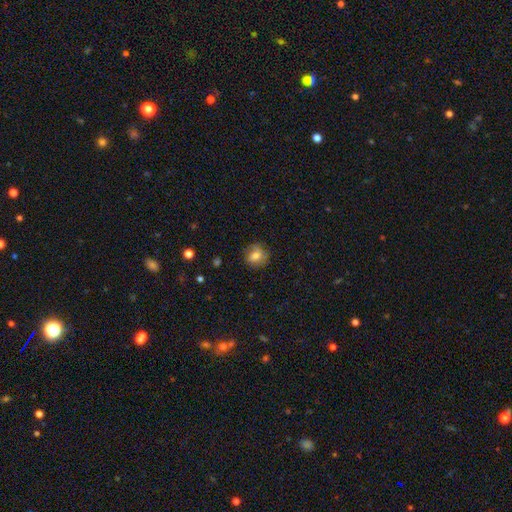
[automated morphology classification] A smooth galaxy with no disk features (71%) that is round (81%).

Vote fractions:
- Smooth or featured? smooth: 71% / featured or disk: 18% / star or artifact: 11%
- How rounded? round: 81% / in between: 18% / cigar-shaped: 1%
- Merging? none: 75% / minor disturbance: 18% / major disturbance: 5% / merger: 1%